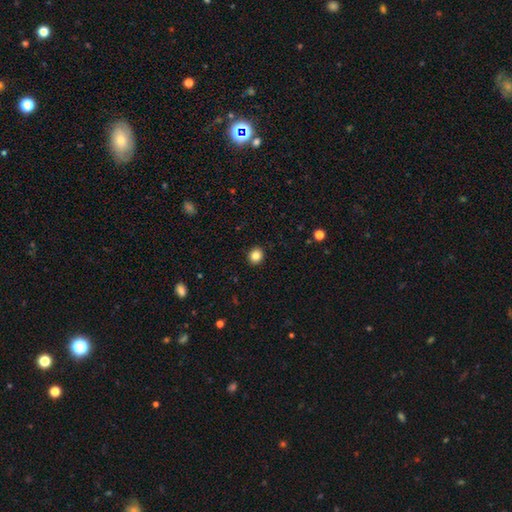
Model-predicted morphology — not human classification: smooth_or_featured: smooth (p=0.85) [alt: star or artifact p=0.11]
how_rounded: round (p=0.79) [alt: in between p=0.20]
merging: none (p=0.92) [alt: minor disturbance p=0.05]